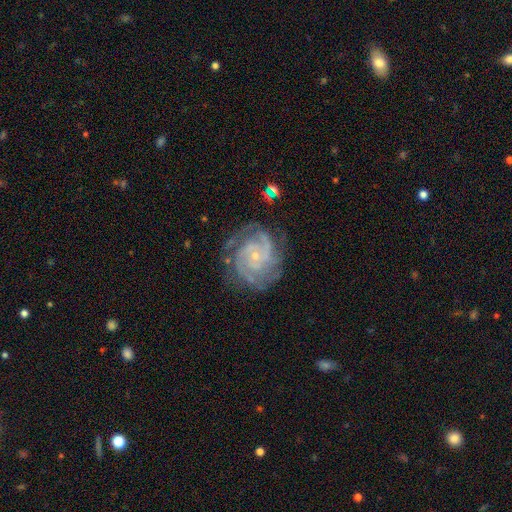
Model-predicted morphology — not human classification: smooth_or_featured: featured or disk (p=0.90) [alt: star or artifact p=0.06]
disk_edge_on: no (p=0.98) [alt: yes p=0.02]
bar: no (p=0.72) [alt: weak p=0.22]
has_spiral_arms: yes (p=0.98) [alt: no p=0.02]
spiral_winding: tight (p=0.68) [alt: medium p=0.28]
spiral_arm_count: 3 (p=0.29) [tied with: 2 p=0.29]
bulge_size: small (p=0.82) [alt: moderate p=0.14]
merging: none (p=0.76) [alt: minor disturbance p=0.16]